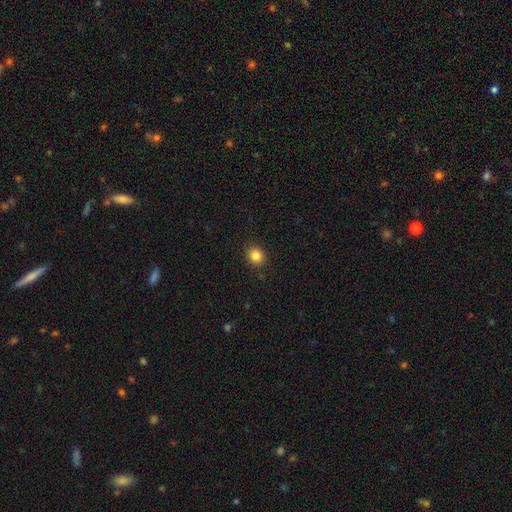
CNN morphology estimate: Q: Smooth or featured?
A: smooth (84%); runner-up: star or artifact (11%)
Q: How rounded?
A: round (81%); runner-up: in between (18%)
Q: Merging?
A: none (89%); runner-up: minor disturbance (8%)